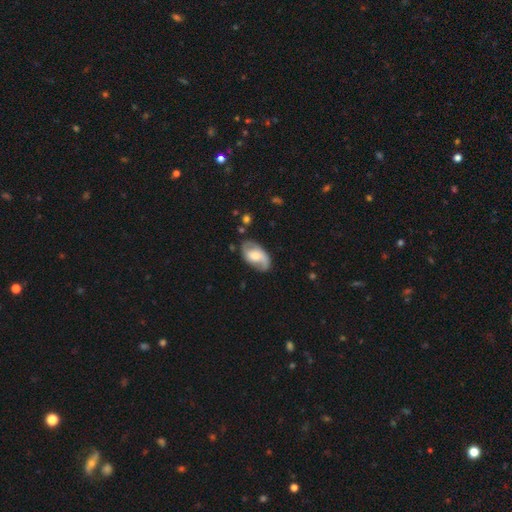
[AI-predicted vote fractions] Overall: featured or disk (63%; smooth 31%). Edge-on disk: no (94%). Bar: no (57%; weak 35%). Spiral arms: yes (85%). Spiral arm count: 2 (71%). Spiral winding: medium (42%; loose 34%). Bulge size: moderate (48%; small 24%). Merging: none (66%).